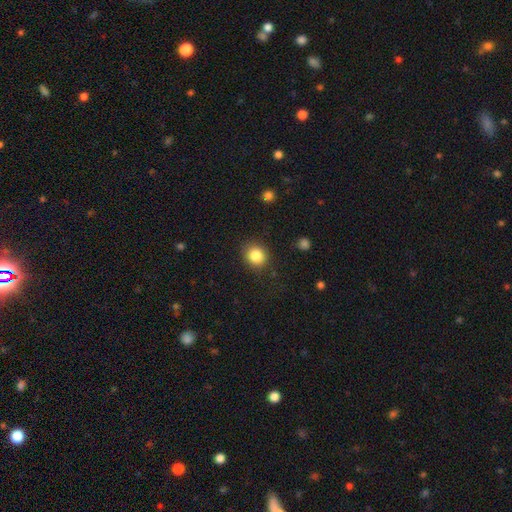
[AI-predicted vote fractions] smooth-or-featured: smooth: 84% | star or artifact: 10% | featured or disk: 6%
  how-rounded: round: 80% | in between: 20% | cigar-shaped: 1%
  merging: none: 87% | minor disturbance: 9% | major disturbance: 3% | merger: 1%